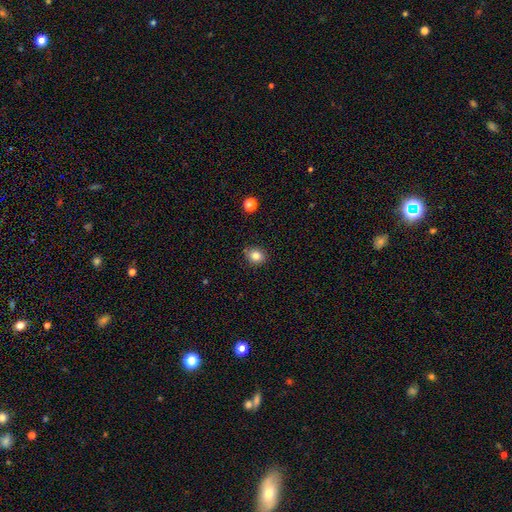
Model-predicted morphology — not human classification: type=smooth (82%); roundness=round (69%); merging=none (87%).